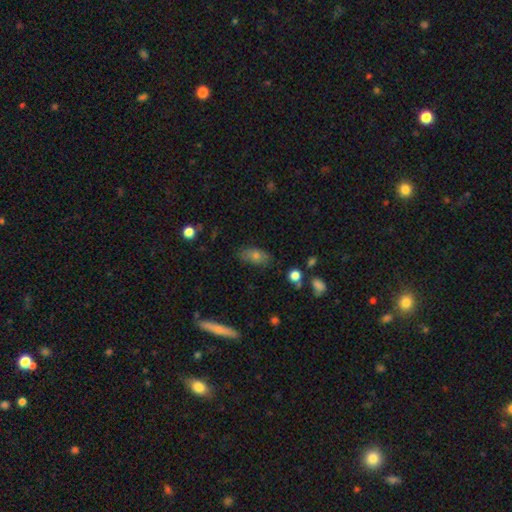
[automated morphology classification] Smooth or featured?
  - smooth: 67% *
  - featured or disk: 21%
  - star or artifact: 12%
How rounded?
  - in between: 80% *
  - cigar-shaped: 12%
  - round: 8%
Merging?
  - none: 78% *
  - minor disturbance: 16%
  - major disturbance: 4%
  - merger: 2%